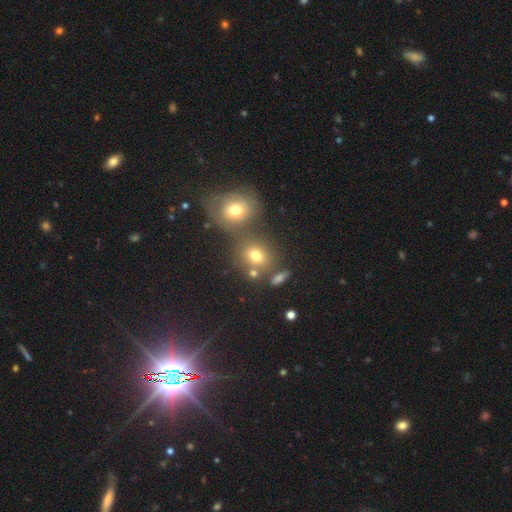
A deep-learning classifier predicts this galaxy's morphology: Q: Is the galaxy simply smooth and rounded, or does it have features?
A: smooth — 71%.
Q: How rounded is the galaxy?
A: round — 73%.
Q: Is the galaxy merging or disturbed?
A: none — 53%.